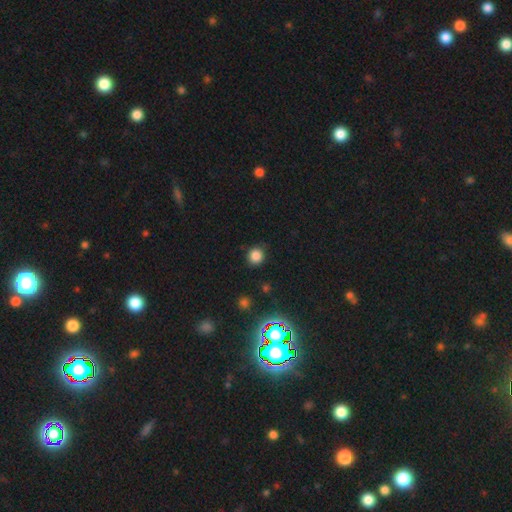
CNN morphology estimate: Smooth or featured: smooth — 80% (star or artifact — 16%)
How rounded: round — 89% (in between — 10%)
Merging: none — 86% (minor disturbance — 10%)